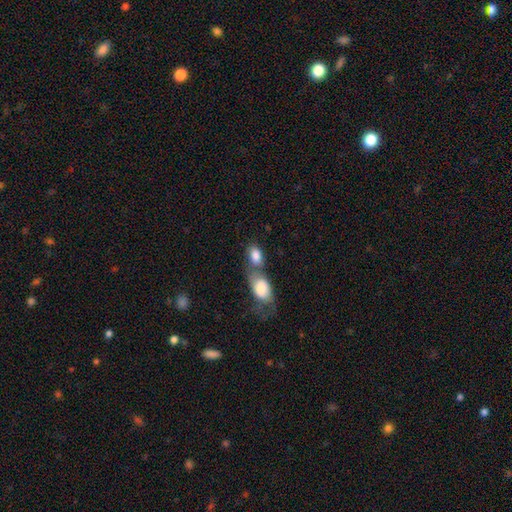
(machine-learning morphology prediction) This appears to be a smooth galaxy with no disk features (83%) that is in between round and cigar-shaped (88%). Merging: merger (61%).